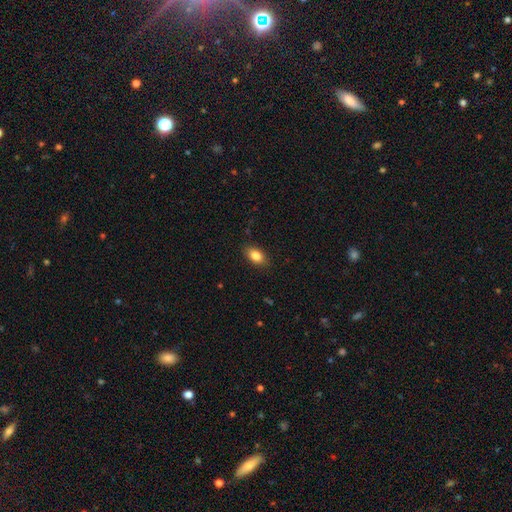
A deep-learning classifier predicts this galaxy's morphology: smooth_or_featured: smooth (p=0.85) [alt: star or artifact p=0.08]
how_rounded: in between (p=0.88) [alt: round p=0.09]
merging: none (p=0.87) [alt: minor disturbance p=0.10]